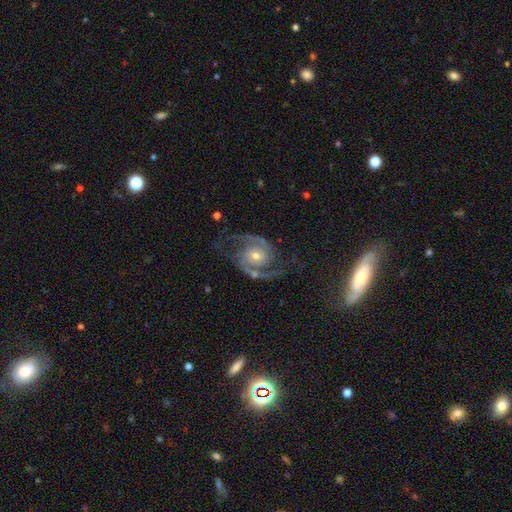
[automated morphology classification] Overall: featured or disk (92%). Edge-on disk: no (98%). Bar: no (62%; weak 30%). Spiral arms: yes (98%). Spiral arm count: 2 (93%). Spiral winding: medium (59%; loose 23%). Bulge size: moderate (56%; small 38%). Merging: none (74%).